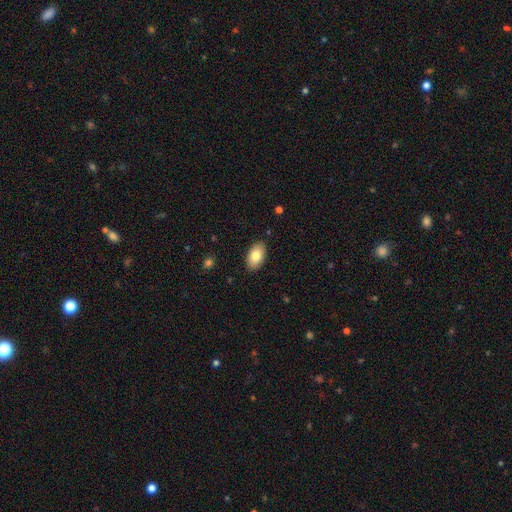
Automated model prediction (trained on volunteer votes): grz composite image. It shows a smooth galaxy with no disk features (80%) that is in between round and cigar-shaped (94%). Merging: none (88%).